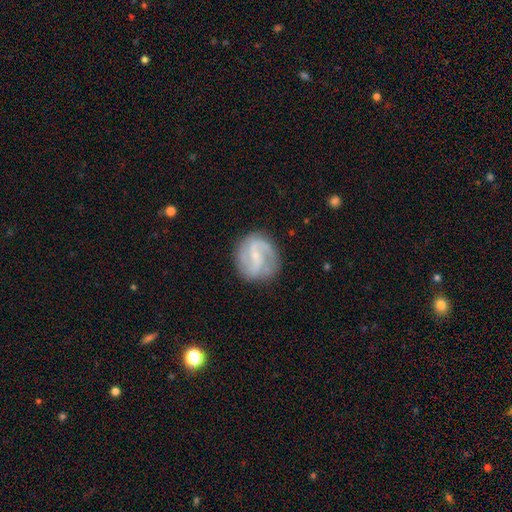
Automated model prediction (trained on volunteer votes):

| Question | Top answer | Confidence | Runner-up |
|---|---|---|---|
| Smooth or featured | featured or disk | 82% | smooth (12%) |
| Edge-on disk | no | 98% | yes (2%) |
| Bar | weak | 49% | no (28%) |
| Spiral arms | yes | 95% | no (5%) |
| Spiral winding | medium | 49% | loose (26%) |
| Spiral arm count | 2 | 81% | can't tell (7%) |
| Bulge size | small | 75% | moderate (18%) |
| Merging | none | 81% | minor disturbance (13%) |